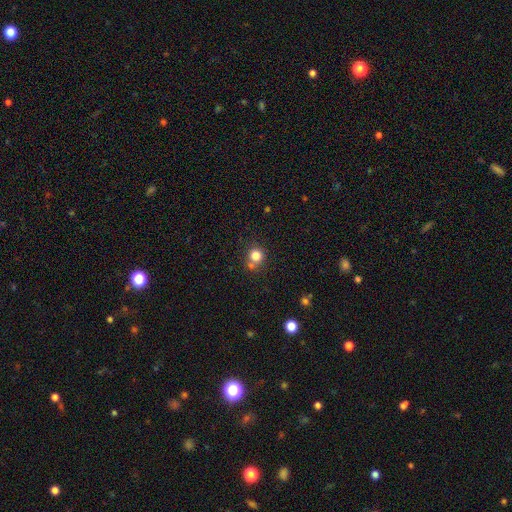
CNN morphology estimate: A smooth galaxy with no disk features (80%) that is round (89%). Merging: none (63%).